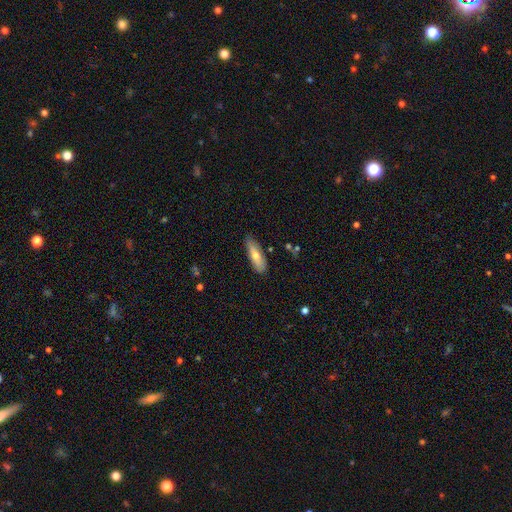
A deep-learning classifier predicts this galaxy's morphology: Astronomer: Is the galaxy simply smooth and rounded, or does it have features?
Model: smooth — 60%.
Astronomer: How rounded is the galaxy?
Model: cigar-shaped — 50% (runner-up: in between, 48%).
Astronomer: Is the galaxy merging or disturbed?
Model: none — 78%.